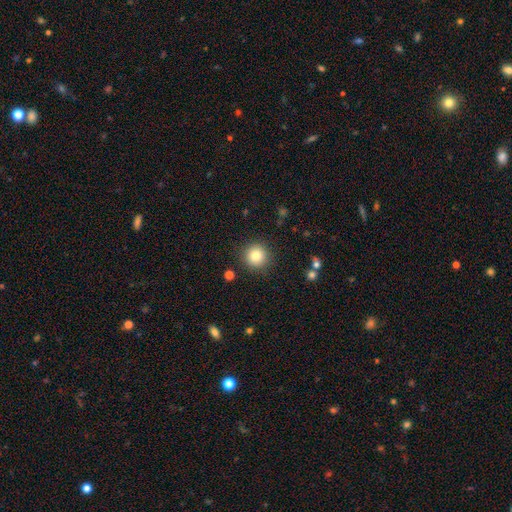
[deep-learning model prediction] Smooth or featured: smooth — 82% (star or artifact — 11%)
How rounded: round — 95% (in between — 4%)
Merging: none — 90% (minor disturbance — 6%)